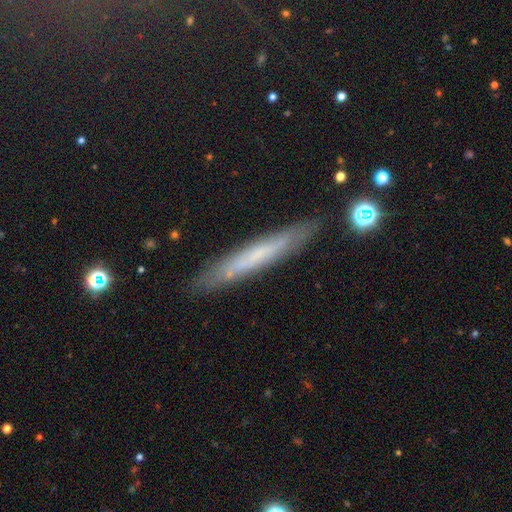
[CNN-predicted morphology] type=smooth (46%); merging=none (85%).